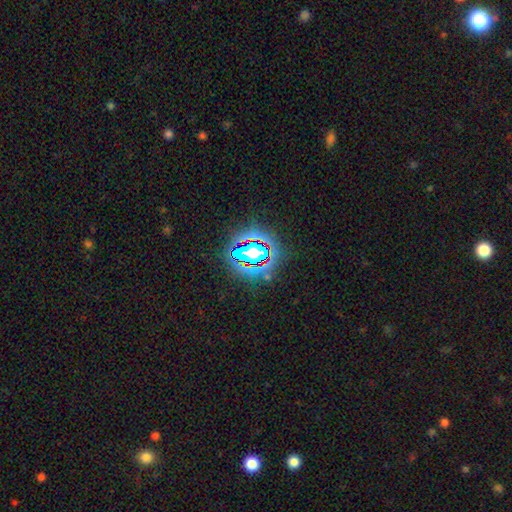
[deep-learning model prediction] The model was most divided on "smooth or featured": star or artifact: 66%, smooth: 21%, featured or disk: 13%.